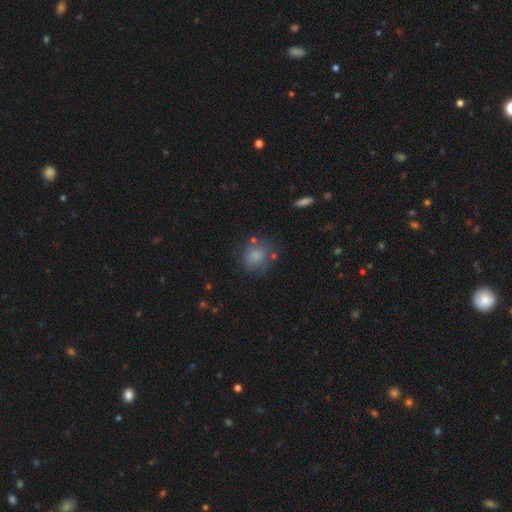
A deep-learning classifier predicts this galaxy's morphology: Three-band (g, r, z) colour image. It shows a smooth galaxy with no disk features (78%) that is round (76%). Merging: none (65%).